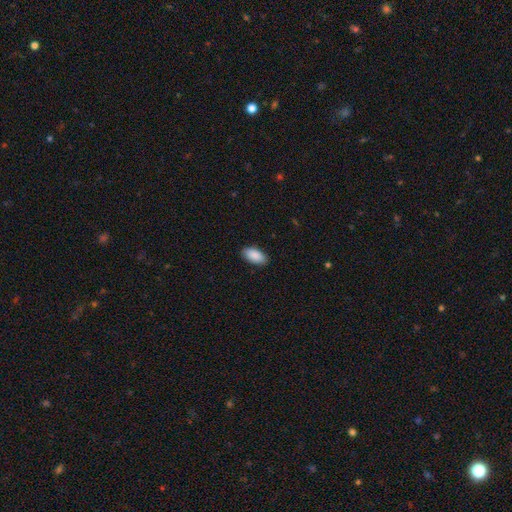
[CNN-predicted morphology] A smooth galaxy with no disk features (91%) that is in between round and cigar-shaped (94%).

Vote fractions:
- Smooth or featured? smooth: 91% / star or artifact: 6% / featured or disk: 3%
- How rounded? in between: 94% / cigar-shaped: 4% / round: 2%
- Merging? none: 89% / minor disturbance: 8% / major disturbance: 2% / merger: 1%